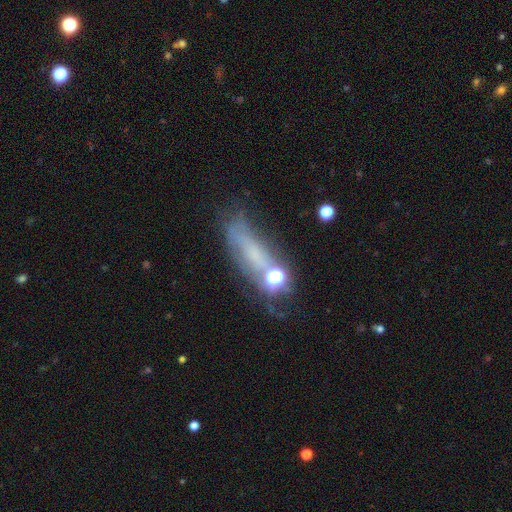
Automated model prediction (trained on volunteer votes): This appears to be a smooth galaxy with no disk features (42%). Merging: none (39%).